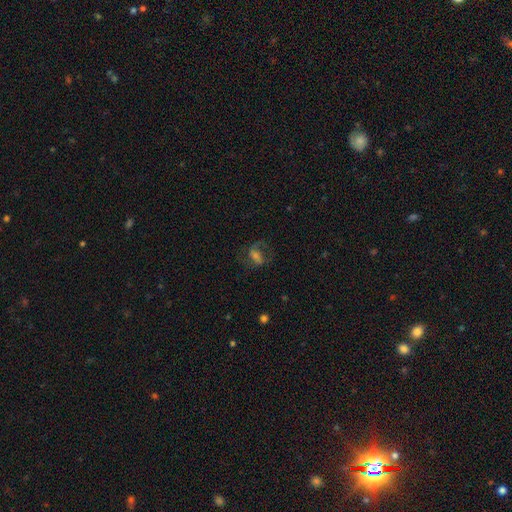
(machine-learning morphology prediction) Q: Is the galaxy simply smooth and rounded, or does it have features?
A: featured or disk — 52%.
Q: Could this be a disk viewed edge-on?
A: no — 95%.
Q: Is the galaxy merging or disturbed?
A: none — 60%.